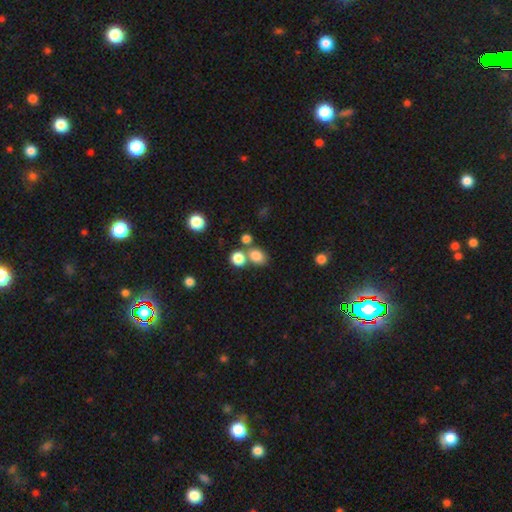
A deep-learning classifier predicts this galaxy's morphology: The model was most divided on "how rounded": round: 53%, in between: 46%, cigar-shaped: 1%. More confident: smooth or featured — smooth (80%); merging — none (55%).